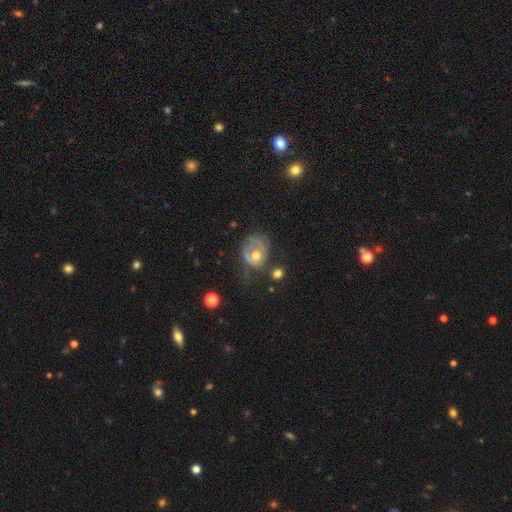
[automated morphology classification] type=featured or disk (47%); merging=major disturbance (42%).